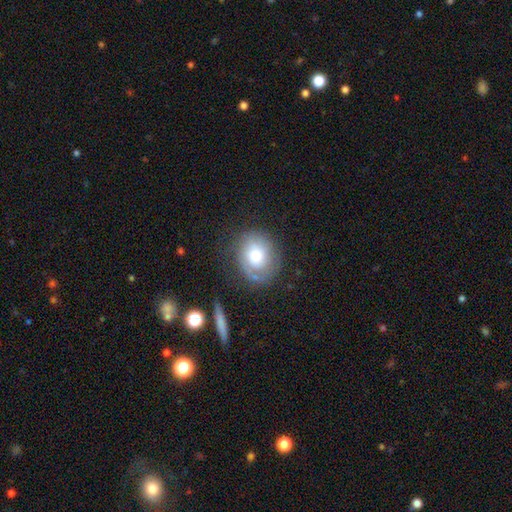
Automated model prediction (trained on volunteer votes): Morphology: type=featured or disk (51%); edge-on=no (96%); merging=none (67%).